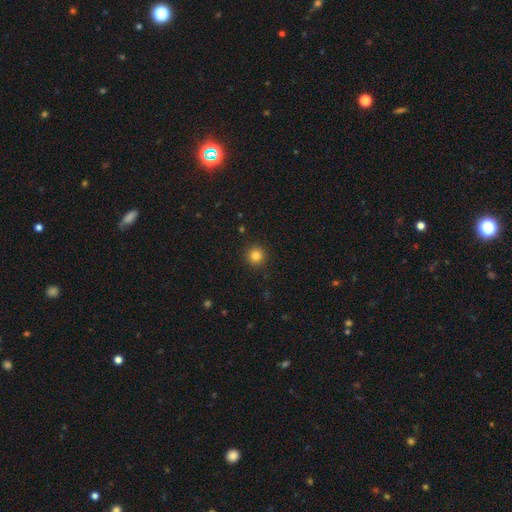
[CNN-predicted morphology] A smooth galaxy with no disk features (83%) that is round (95%).

Vote fractions:
- Smooth or featured? smooth: 83% / star or artifact: 12% / featured or disk: 5%
- How rounded? round: 95% / in between: 4% / cigar-shaped: 1%
- Merging? none: 92% / minor disturbance: 5% / major disturbance: 2% / merger: 1%